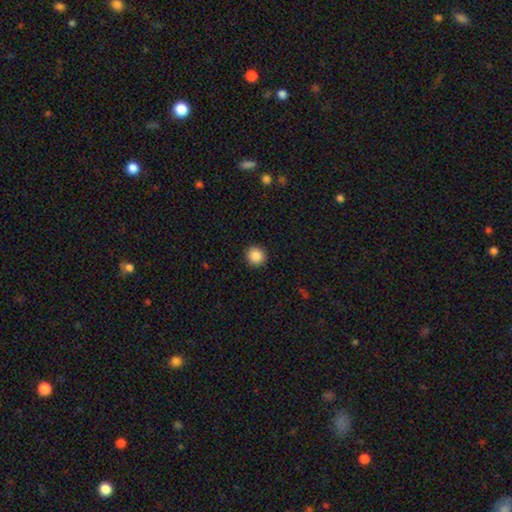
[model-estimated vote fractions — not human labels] Smooth or featured? smooth (87%)
How rounded? round (93%)
Merging? none (92%)